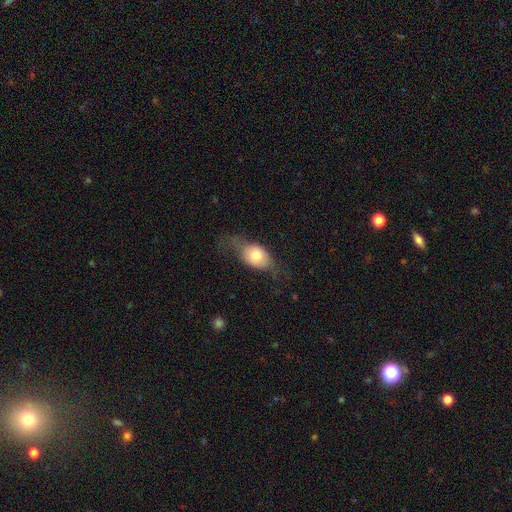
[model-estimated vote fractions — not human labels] A smooth galaxy with no disk features (66%) that is in between round and cigar-shaped (72%).

Vote fractions:
- Smooth or featured? smooth: 66% / featured or disk: 27% / star or artifact: 7%
- How rounded? in between: 72% / round: 24% / cigar-shaped: 4%
- Merging? none: 48% / minor disturbance: 29% / major disturbance: 21% / merger: 2%